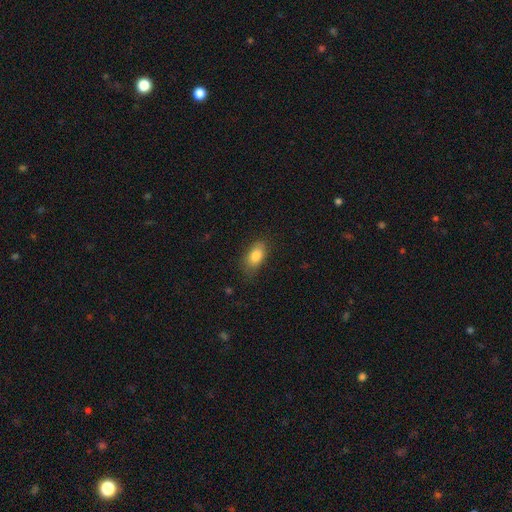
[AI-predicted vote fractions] A smooth galaxy with no disk features (83%) that is in between round and cigar-shaped (89%).

Vote fractions:
- Smooth or featured? smooth: 83% / featured or disk: 9% / star or artifact: 8%
- How rounded? in between: 89% / round: 7% / cigar-shaped: 4%
- Merging? none: 77% / minor disturbance: 18% / major disturbance: 4% / merger: 1%